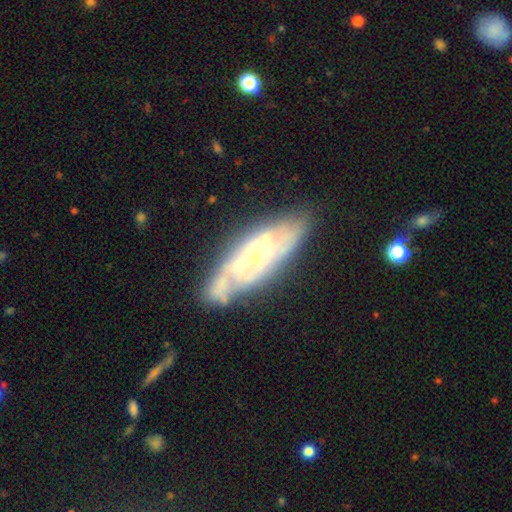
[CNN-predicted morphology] This appears to be a featured or disk galaxy (71%) with no bar (65%), spiral arms (79%) and a small central bulge (55%). Merging: none (67%).